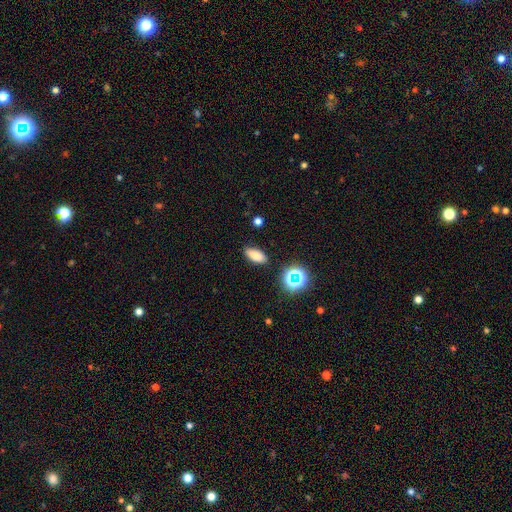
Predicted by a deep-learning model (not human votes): A smooth galaxy with no disk features (79%) that is in between round and cigar-shaped (81%).

Vote fractions:
- Smooth or featured? smooth: 79% / star or artifact: 14% / featured or disk: 7%
- How rounded? in between: 81% / cigar-shaped: 13% / round: 6%
- Merging? none: 86% / minor disturbance: 9% / major disturbance: 3% / merger: 2%